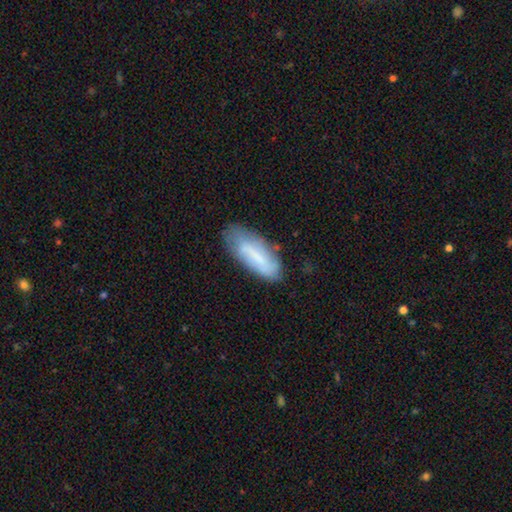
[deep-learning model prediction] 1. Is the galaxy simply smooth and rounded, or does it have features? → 63% smooth, 29% featured or disk, 8% star or artifact.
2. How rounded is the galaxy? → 64% in between, 34% cigar-shaped, 2% round.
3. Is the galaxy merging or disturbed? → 66% none, 24% minor disturbance, 7% major disturbance, 3% merger.